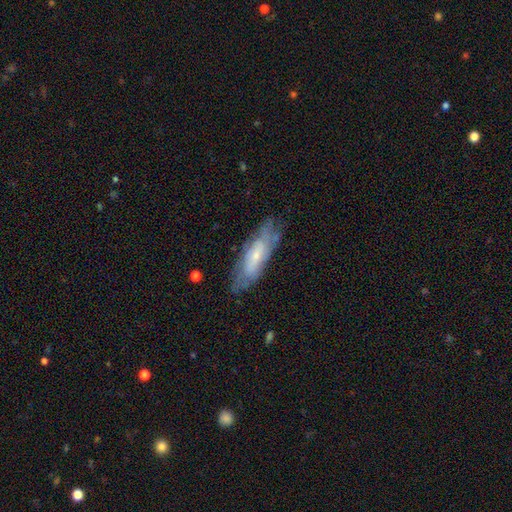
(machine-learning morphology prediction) A featured or disk galaxy (50%). Merging: none (70%).